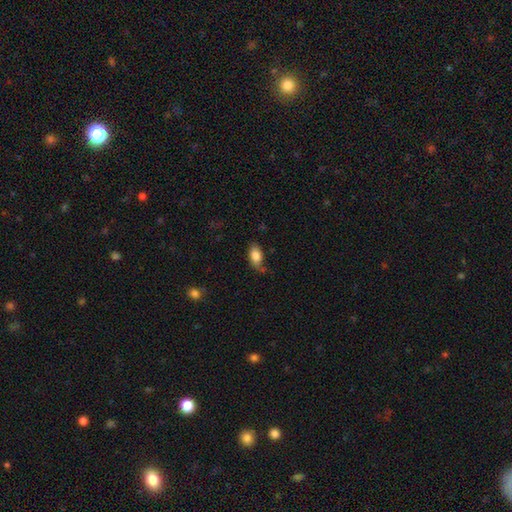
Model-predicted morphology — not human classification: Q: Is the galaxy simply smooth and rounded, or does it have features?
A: smooth — 82%.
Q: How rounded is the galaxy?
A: in between — 91%.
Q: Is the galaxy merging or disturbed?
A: none — 57%.